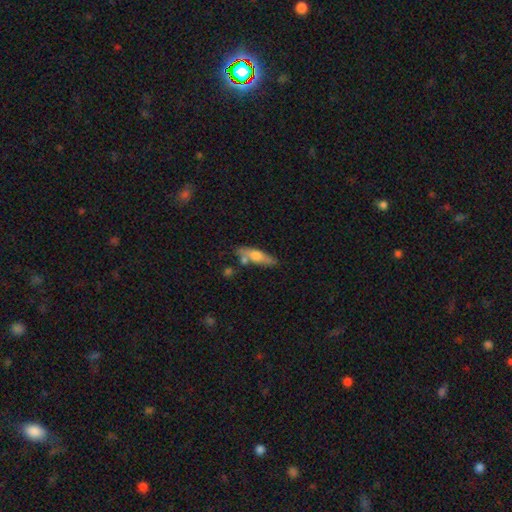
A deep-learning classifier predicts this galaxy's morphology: Smooth or featured? smooth (58%)
How rounded? cigar-shaped (61%)
Merging? none (66%)